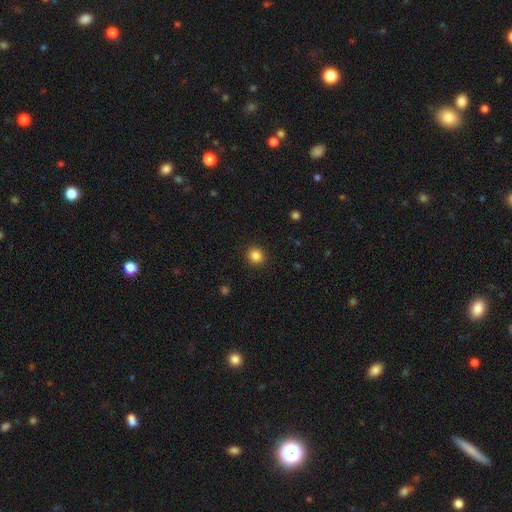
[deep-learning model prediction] A smooth galaxy with no disk features (85%) that is round (89%).

Vote fractions:
- Smooth or featured? smooth: 85% / star or artifact: 11% / featured or disk: 4%
- How rounded? round: 89% / in between: 10% / cigar-shaped: 1%
- Merging? none: 92% / minor disturbance: 5% / major disturbance: 2% / merger: 1%